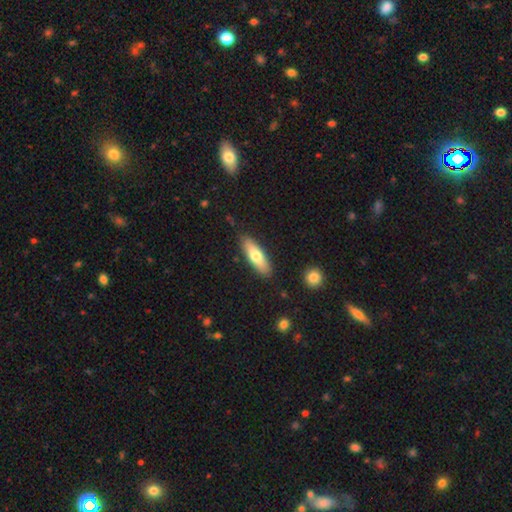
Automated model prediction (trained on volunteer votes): Morphology: type=smooth (67%); roundness=cigar-shaped (51%); merging=none (86%).